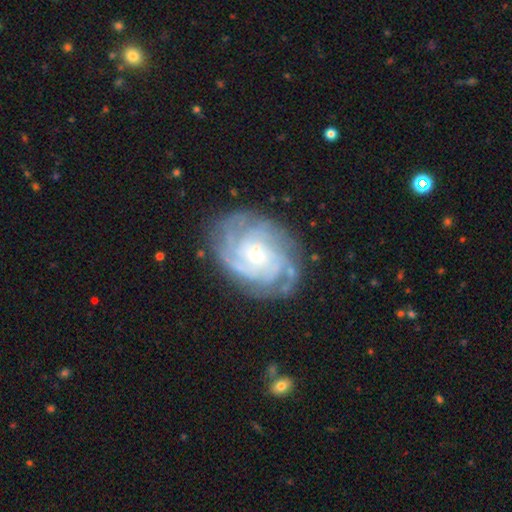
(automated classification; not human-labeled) This appears to be a featured or disk galaxy (85%) with no bar (64%), tight (65%) spiral arms (96%) and a small central bulge (53%). Merging: none (75%).